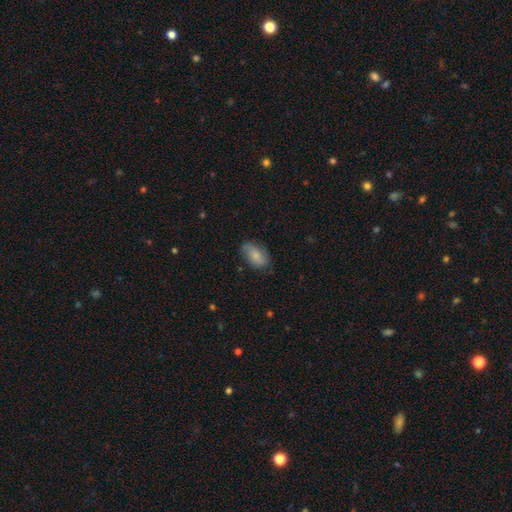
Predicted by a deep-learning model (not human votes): Smooth or featured?
  - smooth: 75% *
  - featured or disk: 18%
  - star or artifact: 7%
How rounded?
  - in between: 92% *
  - round: 6%
  - cigar-shaped: 2%
Merging?
  - none: 73% *
  - minor disturbance: 21%
  - major disturbance: 5%
  - merger: 1%